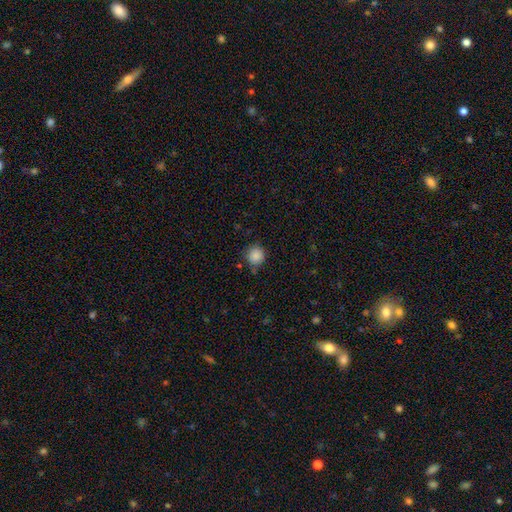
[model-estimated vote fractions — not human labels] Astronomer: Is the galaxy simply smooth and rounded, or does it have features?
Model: smooth — 87%.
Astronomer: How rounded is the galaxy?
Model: round — 90%.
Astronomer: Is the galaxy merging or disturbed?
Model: none — 80%.